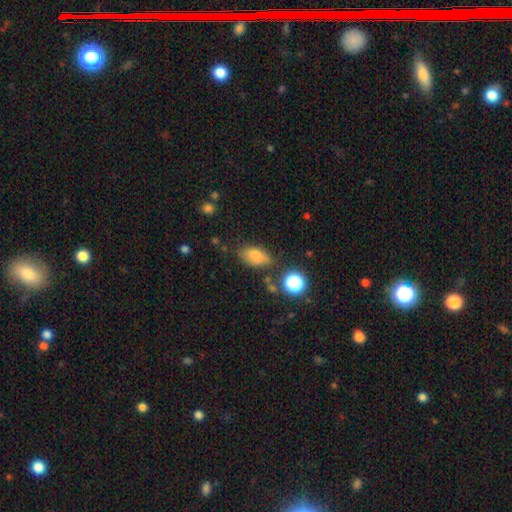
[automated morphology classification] smooth 79%, star or artifact 11%, featured or disk 11%. Down the decision tree: how rounded — in between (87%); merging — none (72%).